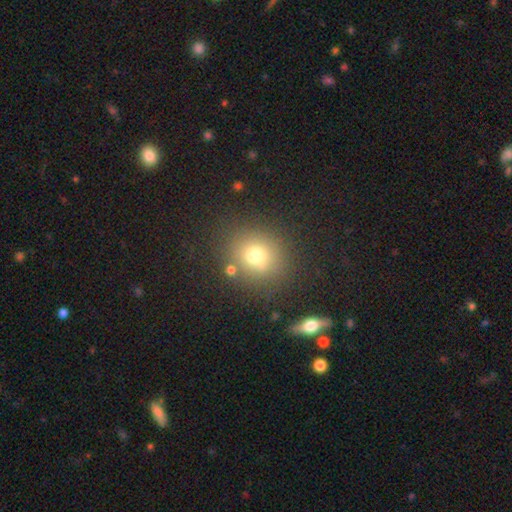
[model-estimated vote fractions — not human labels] Morphology: type=smooth (73%); roundness=round (77%); merging=none (77%).